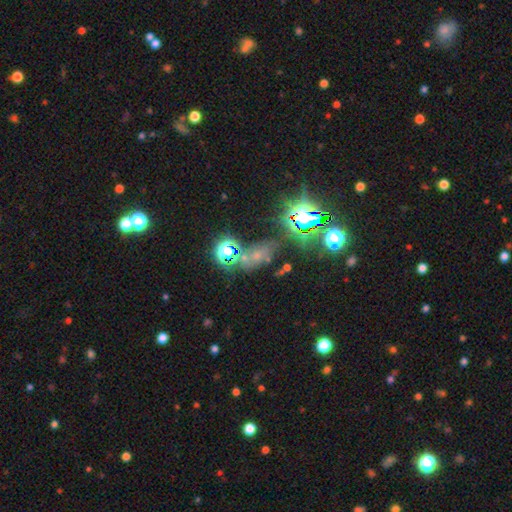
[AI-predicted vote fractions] Morphology: type=star or artifact (54%).